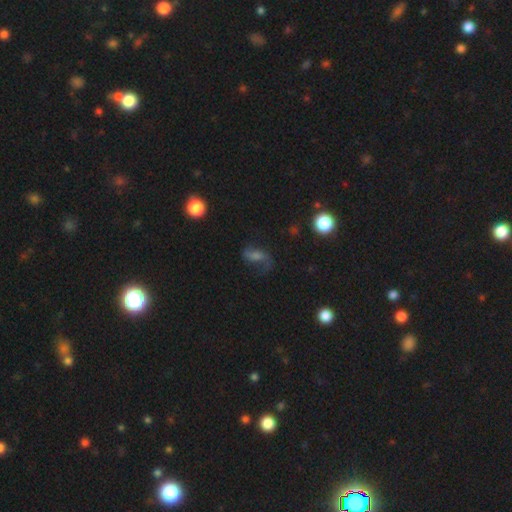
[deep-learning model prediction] Morphology: type=featured or disk (58%); edge-on=no (94%); bar=weak (41%); spiral arms=yes (90%); bulge=small (32%); merging=none (57%).